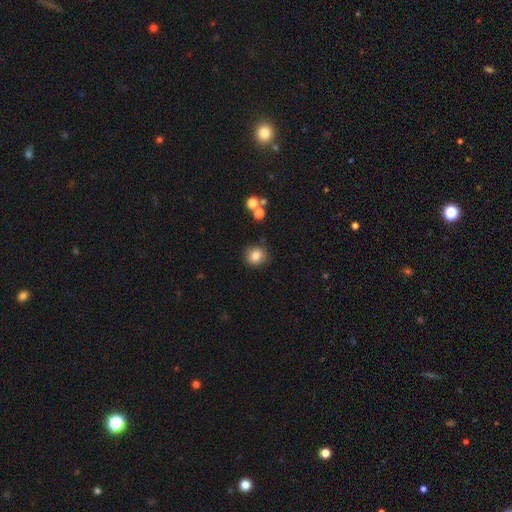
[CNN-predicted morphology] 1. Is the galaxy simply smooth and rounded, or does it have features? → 83% smooth, 10% star or artifact, 7% featured or disk.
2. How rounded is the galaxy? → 88% round, 11% in between, 1% cigar-shaped.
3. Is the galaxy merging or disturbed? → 84% none, 9% minor disturbance, 4% merger, 3% major disturbance.